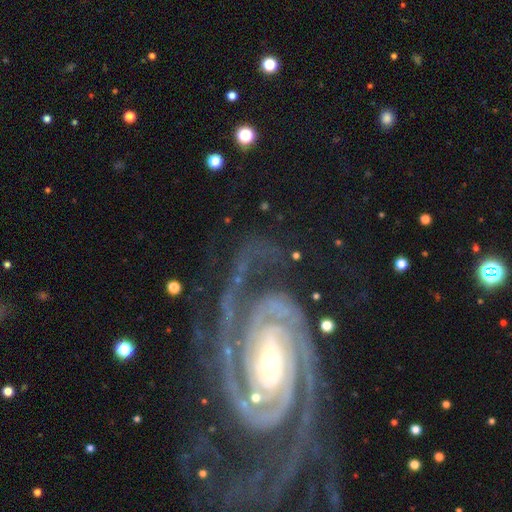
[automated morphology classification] This appears to be a featured or disk galaxy (93%) with no bar (43%), 2 (73%) tight (71%) spiral arms (99%) and a small central bulge (60%). Merging: none (73%).